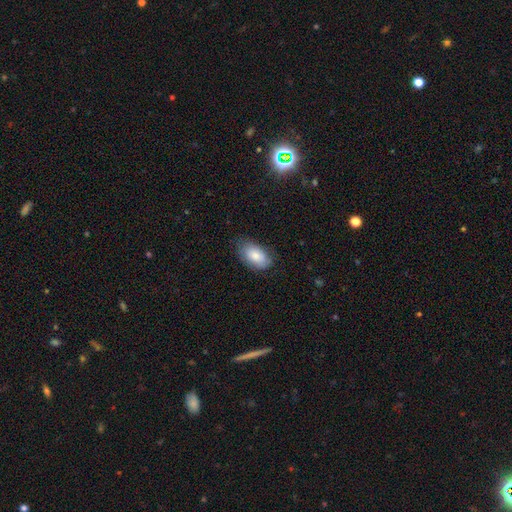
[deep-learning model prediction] smooth-or-featured: smooth: 80% | featured or disk: 14% | star or artifact: 6%
  how-rounded: in between: 93% | round: 5% | cigar-shaped: 2%
  merging: none: 71% | minor disturbance: 23% | major disturbance: 5% | merger: 1%